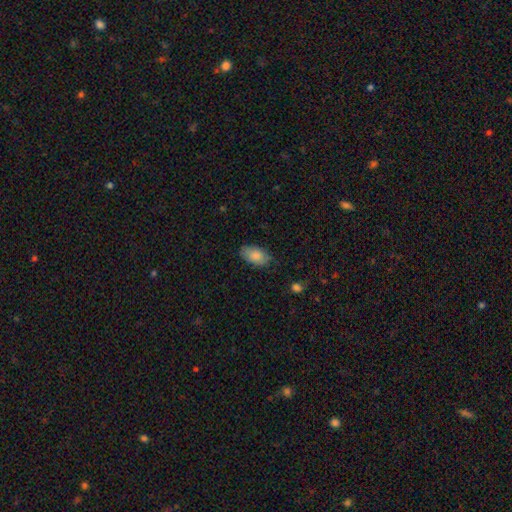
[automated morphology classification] Smooth or featured? smooth (85%)
How rounded? in between (93%)
Merging? none (74%)